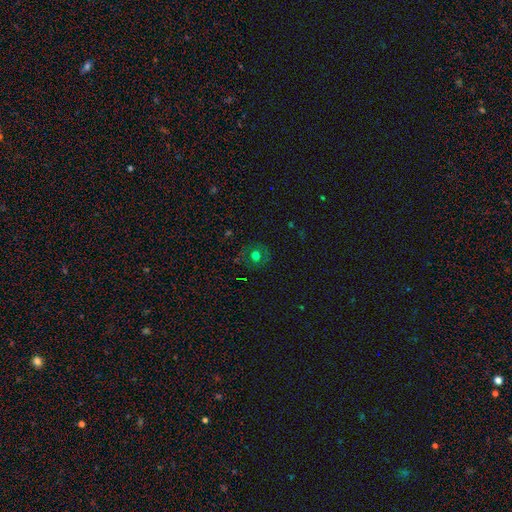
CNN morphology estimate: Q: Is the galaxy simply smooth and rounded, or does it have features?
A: smooth — 56%.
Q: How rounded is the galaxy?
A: round — 82%.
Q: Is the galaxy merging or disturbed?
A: none — 79%.